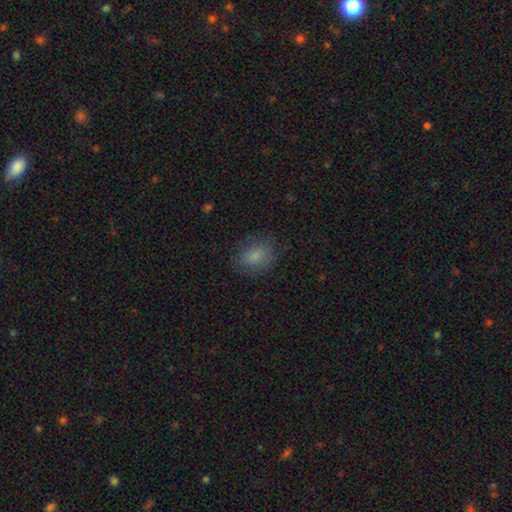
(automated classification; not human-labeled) This is clearly a smooth galaxy (81%). How rounded: likely in between (66%). Merging: likely none (77%).